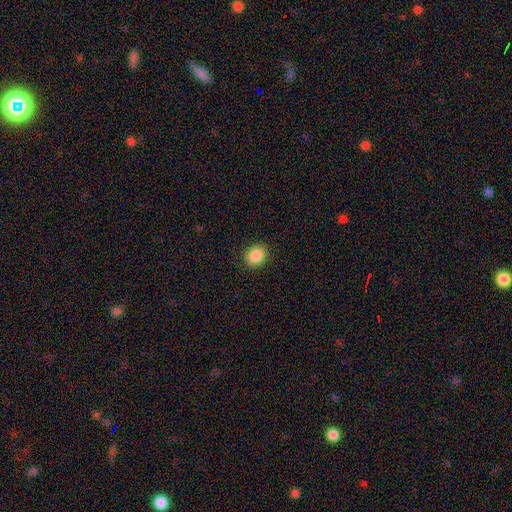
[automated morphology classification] Smooth or featured?
  - smooth: 88% *
  - star or artifact: 8%
  - featured or disk: 3%
How rounded?
  - round: 58% *
  - in between: 41%
  - cigar-shaped: 1%
Merging?
  - none: 89% *
  - minor disturbance: 8%
  - major disturbance: 2%
  - merger: 1%